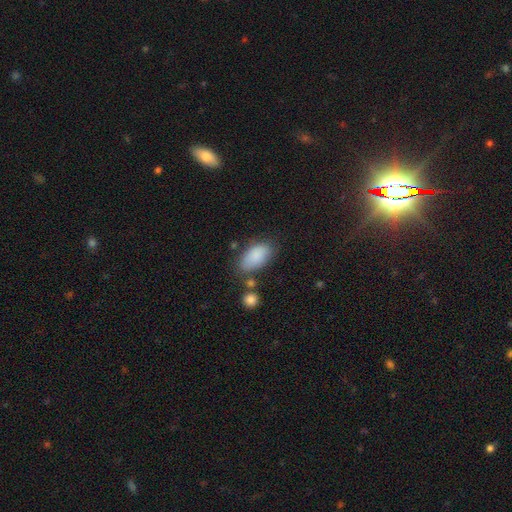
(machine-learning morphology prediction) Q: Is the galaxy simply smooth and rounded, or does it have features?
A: smooth — 87%.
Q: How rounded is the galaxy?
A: in between — 93%.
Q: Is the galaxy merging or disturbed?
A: none — 69%.